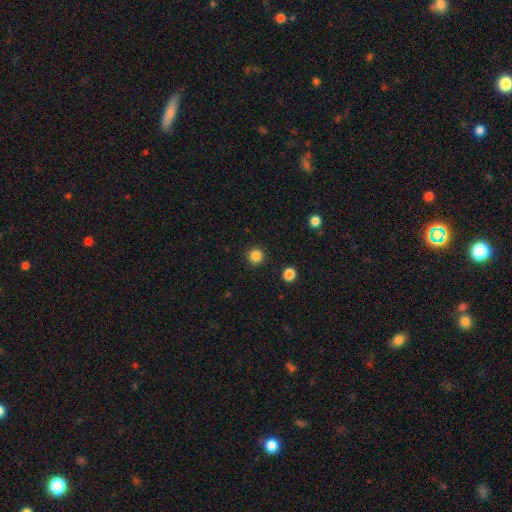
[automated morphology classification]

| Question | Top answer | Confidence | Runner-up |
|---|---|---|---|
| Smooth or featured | smooth | 85% | star or artifact (12%) |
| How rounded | round | 95% | in between (4%) |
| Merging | none | 93% | minor disturbance (4%) |